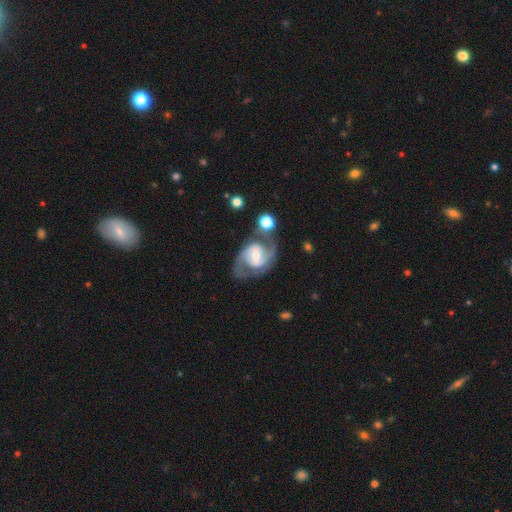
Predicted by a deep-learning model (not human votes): Morphology: type=featured or disk (87%); edge-on=no (97%); bar=weak (49%); spiral arms=yes (96%); winding=medium (58%); arm count=2 (90%); bulge=moderate (58%); merging=none (65%).